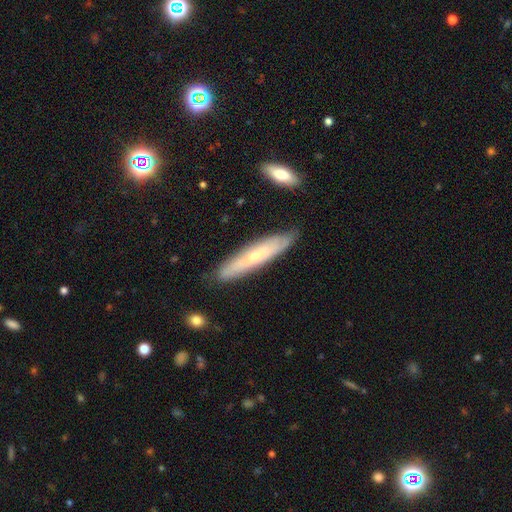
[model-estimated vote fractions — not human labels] A featured or disk galaxy (51%) viewed edge-on (66%).

Vote fractions:
- Smooth or featured? featured or disk: 51% / smooth: 43% / star or artifact: 6%
- Edge-on disk? yes: 66% / no: 34%
- Merging? none: 81% / minor disturbance: 14% / major disturbance: 3% / merger: 2%